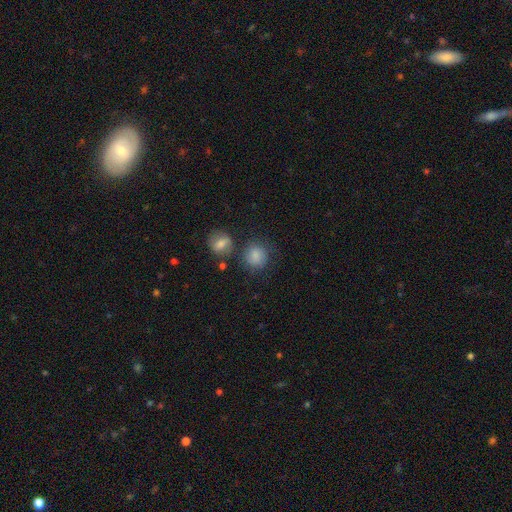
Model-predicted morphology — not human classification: Smooth or featured? Predicted: smooth (p=0.83). How rounded? Predicted: round (p=0.83). Merging? Predicted: none (p=0.72).